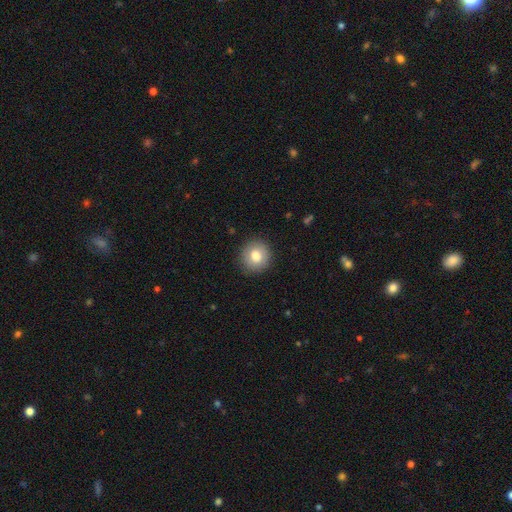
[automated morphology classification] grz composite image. It shows a smooth galaxy with no disk features (80%) that is round (90%). Merging: none (90%).